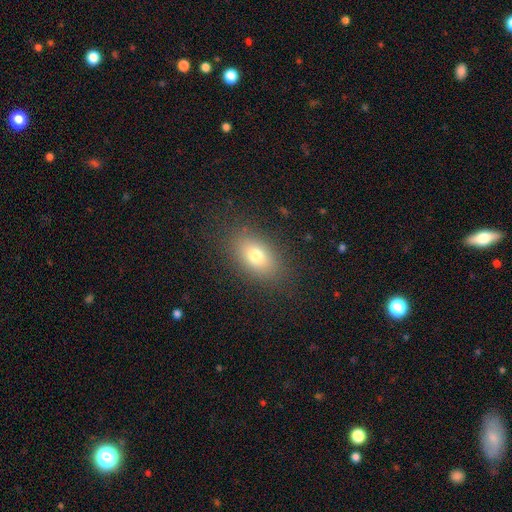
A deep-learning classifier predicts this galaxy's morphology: The model was most divided on "smooth or featured": smooth: 76%, featured or disk: 13%, star or artifact: 11%. More confident: merging — none (85%); how rounded — in between (83%).